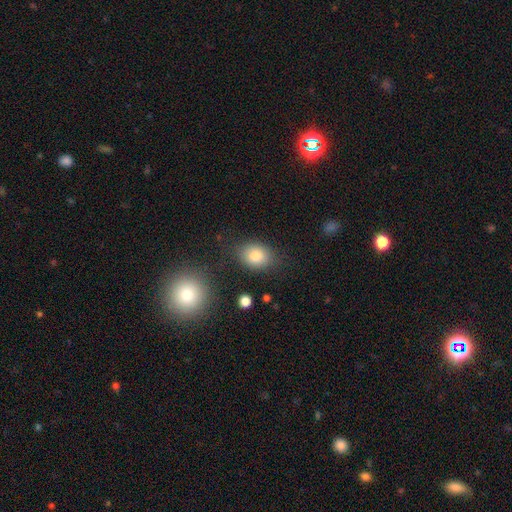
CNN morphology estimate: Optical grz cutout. It shows a smooth galaxy with no disk features (80%) that is in between round and cigar-shaped (55%). Merging: none (80%).